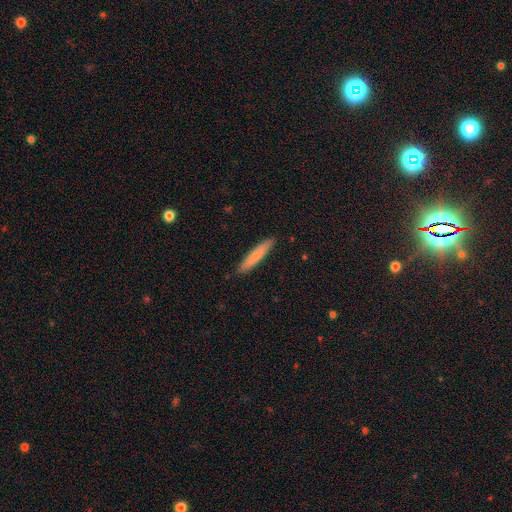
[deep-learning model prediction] Smooth or featured? smooth (76%)
How rounded? cigar-shaped (92%)
Merging? none (90%)